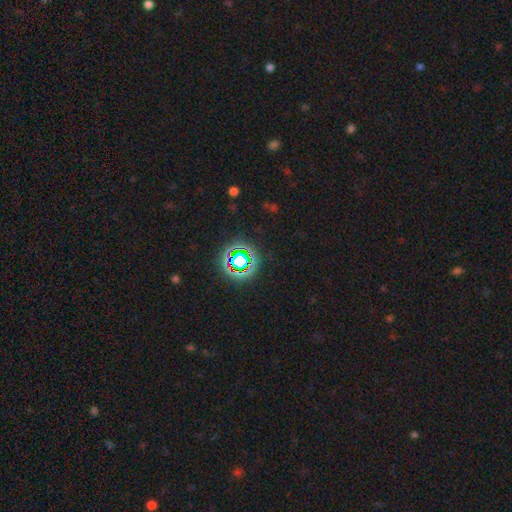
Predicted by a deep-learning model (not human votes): Smooth or featured? star or artifact (71%)